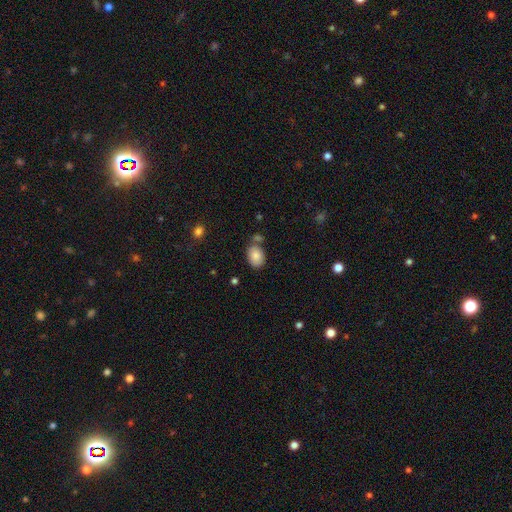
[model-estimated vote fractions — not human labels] A smooth galaxy with no disk features (86%) that is in between round and cigar-shaped (81%). Merging: none (66%).